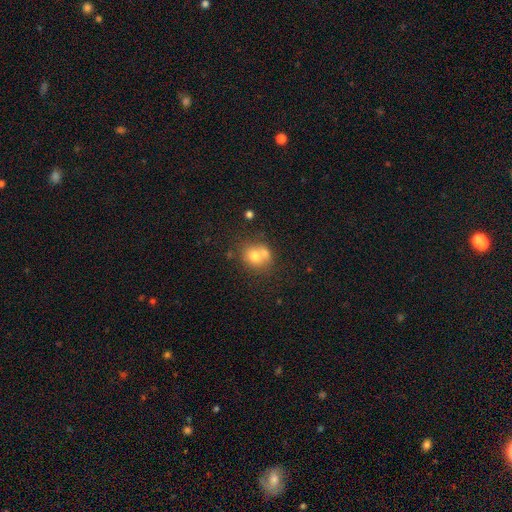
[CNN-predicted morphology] The model was most divided on "merging": merger: 48%, none: 38%, minor disturbance: 10%, major disturbance: 4%. More confident: smooth or featured — smooth (71%); how rounded — round (69%).